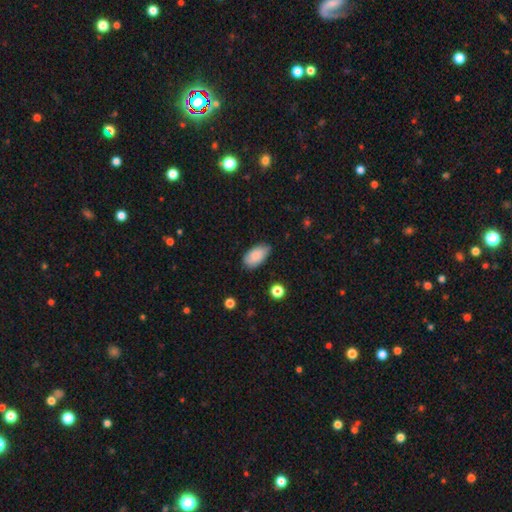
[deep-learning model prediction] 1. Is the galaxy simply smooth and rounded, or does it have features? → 87% smooth, 7% star or artifact, 6% featured or disk.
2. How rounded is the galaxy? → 94% in between, 4% round, 3% cigar-shaped.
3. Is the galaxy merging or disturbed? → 70% none, 25% minor disturbance, 4% major disturbance, 2% merger.